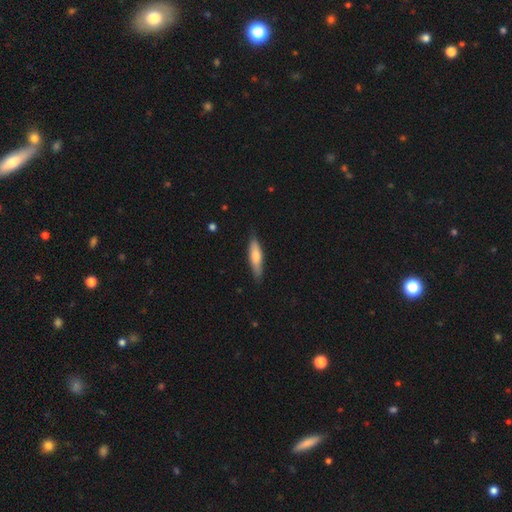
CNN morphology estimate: This is likely a smooth galaxy (68%). How rounded: likely cigar-shaped (71%). Merging: clearly none (82%).